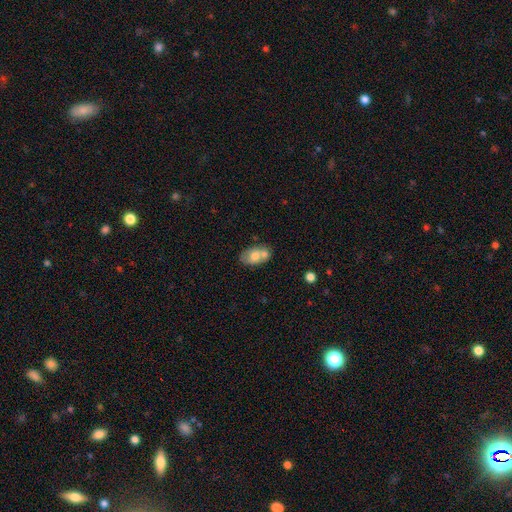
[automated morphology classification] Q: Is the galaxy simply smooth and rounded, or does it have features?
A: smooth — 67%.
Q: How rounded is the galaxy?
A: in between — 86%.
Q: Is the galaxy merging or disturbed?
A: none — 42%.